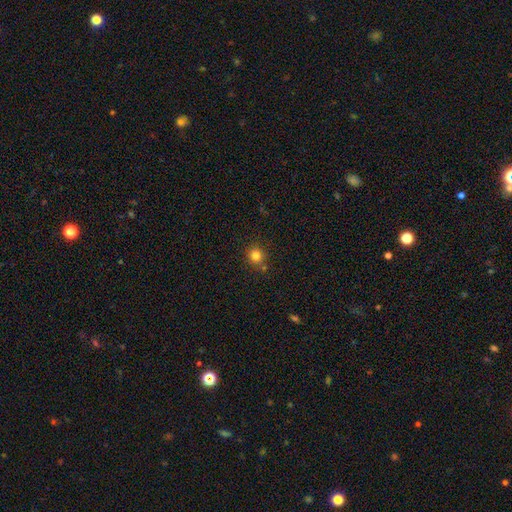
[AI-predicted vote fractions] Q: Smooth or featured?
A: smooth (81%); runner-up: star or artifact (13%)
Q: How rounded?
A: round (91%); runner-up: in between (8%)
Q: Merging?
A: none (80%); runner-up: minor disturbance (10%)